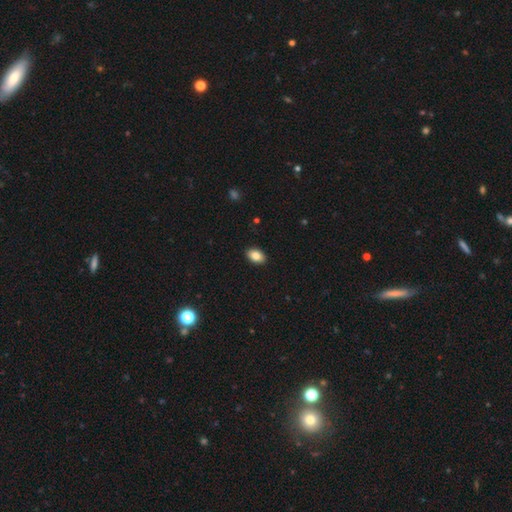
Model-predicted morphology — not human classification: This appears to be a smooth galaxy with no disk features (86%) that is in between round and cigar-shaped (86%). Merging: none (91%).